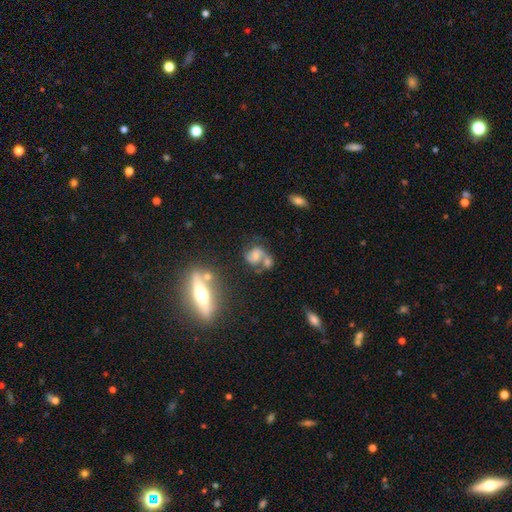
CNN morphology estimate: Q: Smooth or featured?
A: featured or disk (63%); runner-up: smooth (25%)
Q: Edge-on disk?
A: no (95%); runner-up: yes (5%)
Q: Bar?
A: no (61%); runner-up: weak (29%)
Q: Spiral arms?
A: yes (84%); runner-up: no (16%)
Q: Spiral winding?
A: medium (47%); runner-up: loose (31%)
Q: Spiral arm count?
A: 2 (81%); runner-up: can't tell (8%)
Q: Bulge size?
A: moderate (37%); runner-up: small (34%)
Q: Merging?
A: none (39%); runner-up: merger (32%)